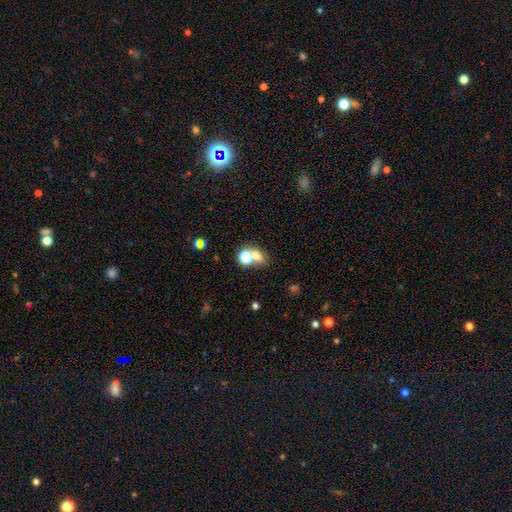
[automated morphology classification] type=smooth (67%); roundness=round (53%); merging=none (46%).